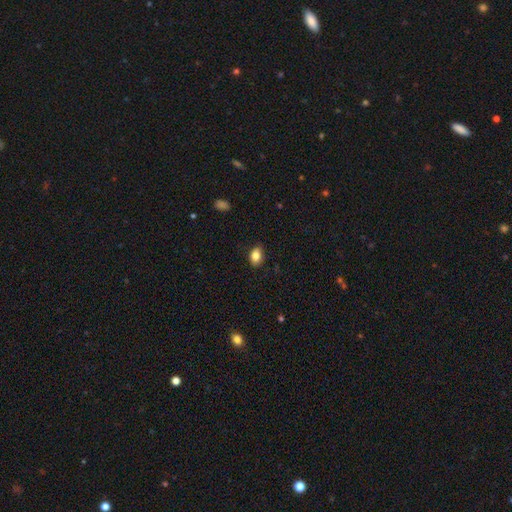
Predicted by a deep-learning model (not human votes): Smooth or featured? smooth (84%)
How rounded? in between (78%)
Merging? none (84%)